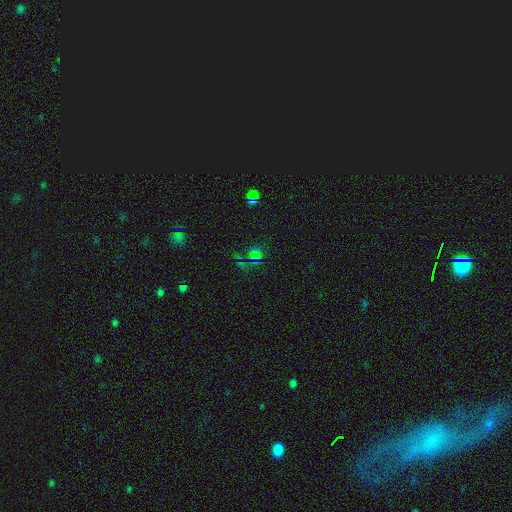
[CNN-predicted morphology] smooth_or_featured: star or artifact (p=0.66) [alt: smooth p=0.24]